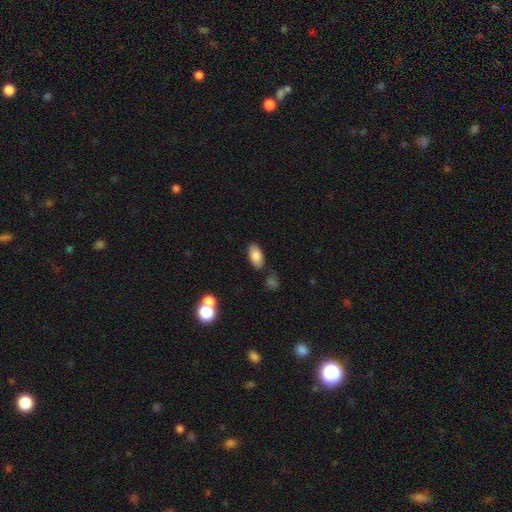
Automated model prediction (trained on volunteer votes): Morphology: type=smooth (82%); roundness=in between (91%); merging=none (79%).